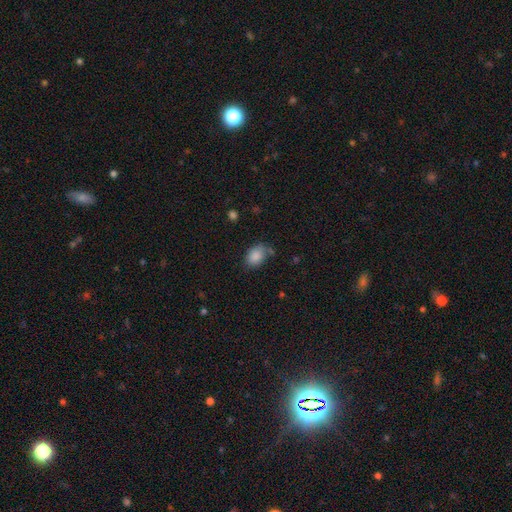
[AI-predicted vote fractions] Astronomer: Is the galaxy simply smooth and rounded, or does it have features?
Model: smooth — 86%.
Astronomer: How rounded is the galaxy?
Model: in between — 81%.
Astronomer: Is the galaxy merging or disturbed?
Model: none — 65%.